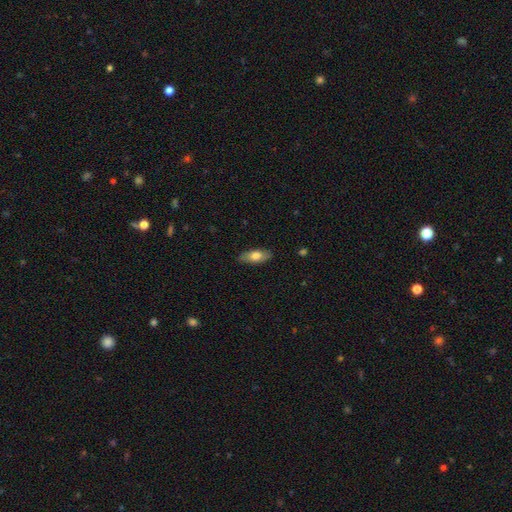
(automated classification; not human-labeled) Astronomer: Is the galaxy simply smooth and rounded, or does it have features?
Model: smooth — 72%.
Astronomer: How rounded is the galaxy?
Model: in between — 79%.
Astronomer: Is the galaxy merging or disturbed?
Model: none — 86%.